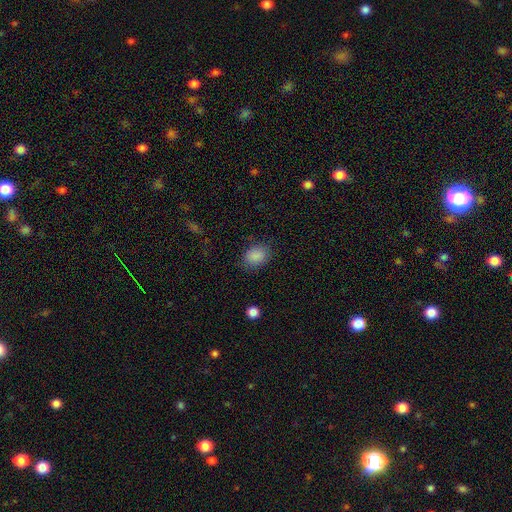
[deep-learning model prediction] smooth-or-featured: smooth: 87% | star or artifact: 9% | featured or disk: 4%
  how-rounded: in between: 65% | round: 34% | cigar-shaped: 1%
  merging: none: 81% | minor disturbance: 14% | major disturbance: 4% | merger: 1%